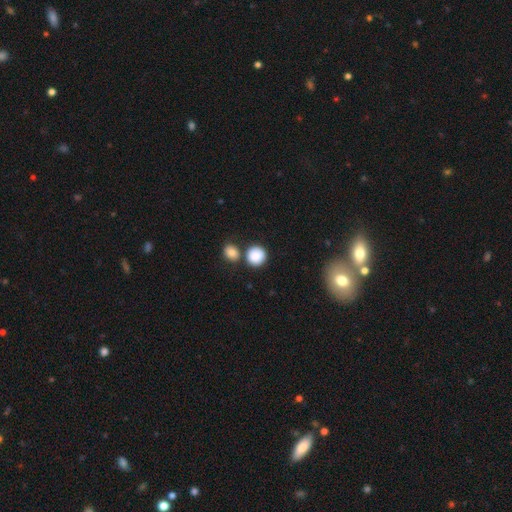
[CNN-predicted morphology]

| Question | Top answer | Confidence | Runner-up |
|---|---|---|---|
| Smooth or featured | smooth | 87% | star or artifact (8%) |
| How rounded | round | 89% | in between (10%) |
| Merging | none | 68% | merger (18%) |